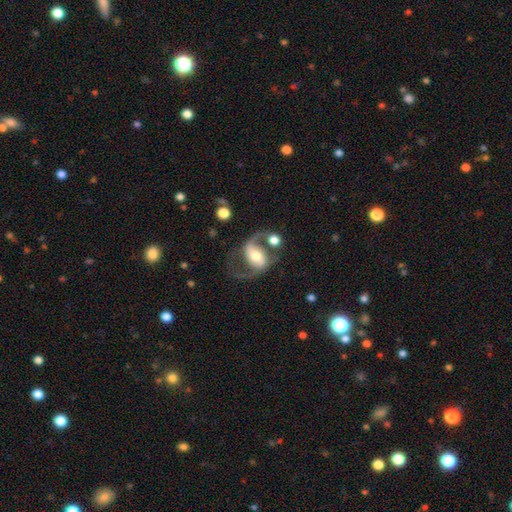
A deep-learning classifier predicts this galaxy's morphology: This is clearly a featured or disk galaxy (84%). It is clearly not viewed edge-on (97%). Bar: marginally strong (37%). Spiral arm pattern: clearly yes (94%). Spiral arm count: clearly 2 (91%). Spiral winding: possibly loose (48%). Central bulge: possibly moderate (58%). Merging: possibly none (59%).